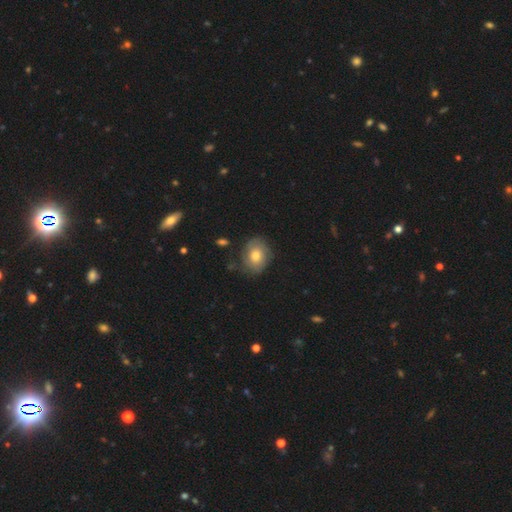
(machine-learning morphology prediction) Overall: smooth (53%; featured or disk 39%). How rounded: round (56%; in between 43%). Merging: none (71%).